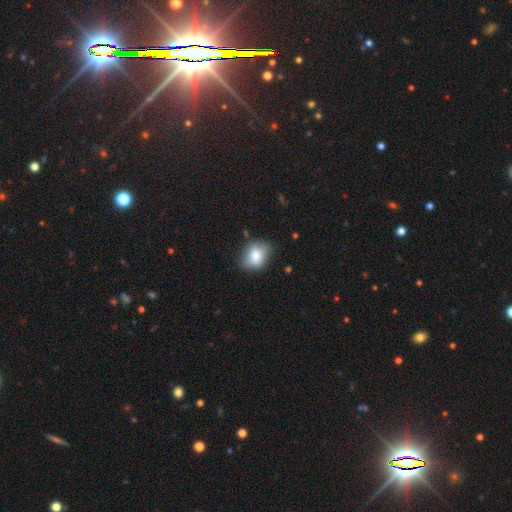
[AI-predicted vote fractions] Smooth or featured? smooth (78%)
How rounded? in between (63%)
Merging? none (70%)